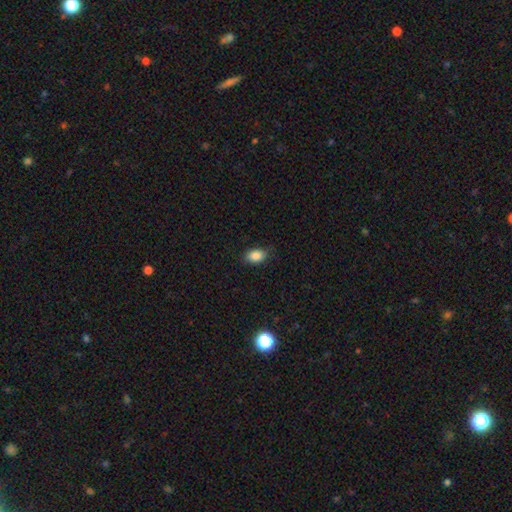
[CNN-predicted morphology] Q: Smooth or featured?
A: smooth (87%); runner-up: star or artifact (8%)
Q: How rounded?
A: in between (87%); runner-up: round (12%)
Q: Merging?
A: none (83%); runner-up: minor disturbance (13%)